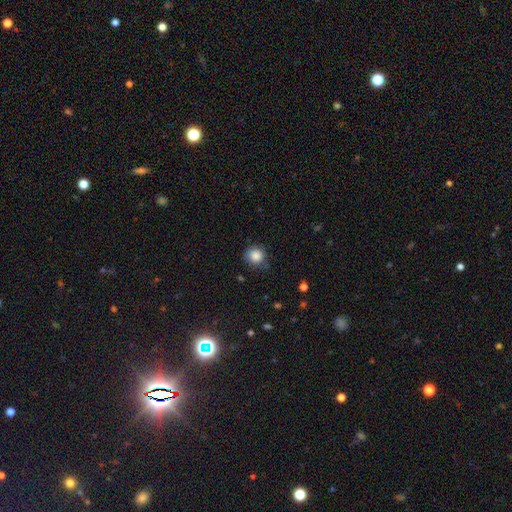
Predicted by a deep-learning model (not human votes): smooth-or-featured: smooth: 86% | star or artifact: 9% | featured or disk: 5%
  how-rounded: round: 87% | in between: 12% | cigar-shaped: 1%
  merging: none: 72% | minor disturbance: 21% | major disturbance: 5% | merger: 2%